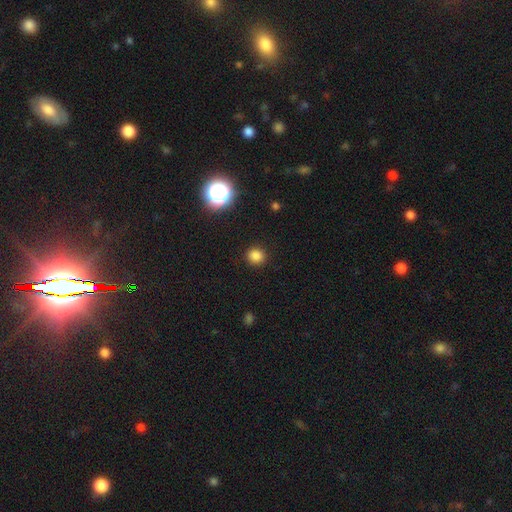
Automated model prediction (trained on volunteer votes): Overall: smooth (82%). How rounded: round (87%). Merging: none (91%).